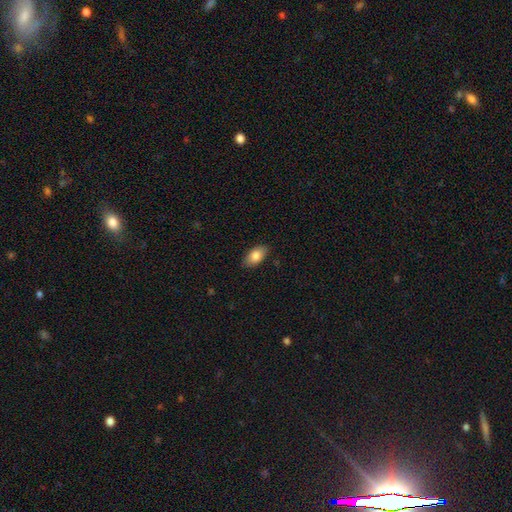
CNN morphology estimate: smooth_or_featured: smooth (p=0.82) [alt: featured or disk p=0.11]
how_rounded: in between (p=0.92) [alt: round p=0.05]
merging: none (p=0.86) [alt: minor disturbance p=0.11]